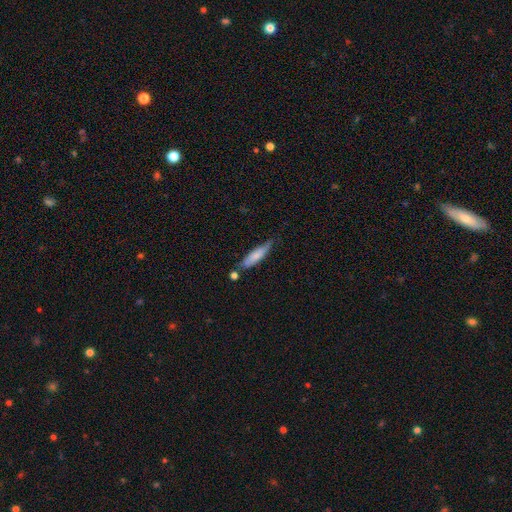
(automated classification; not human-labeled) smooth 71%, featured or disk 23%, star or artifact 6%. Down the decision tree: how rounded — cigar-shaped (69%); merging — none (57%).